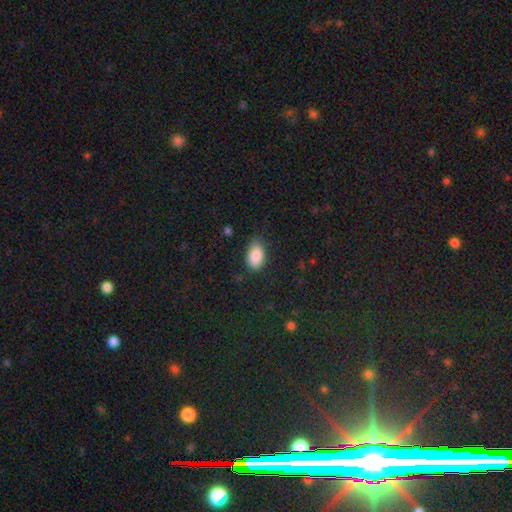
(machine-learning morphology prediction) smooth 88%, star or artifact 7%, featured or disk 5%. Down the decision tree: how rounded — in between (93%); merging — none (76%).